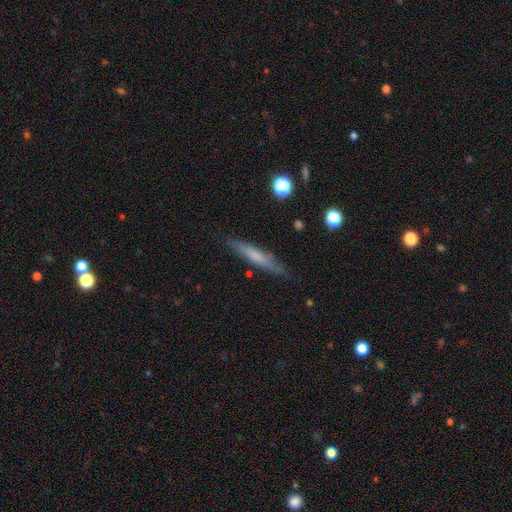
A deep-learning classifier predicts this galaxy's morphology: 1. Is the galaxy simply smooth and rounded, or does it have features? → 58% smooth, 36% featured or disk, 7% star or artifact.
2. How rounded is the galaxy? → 92% cigar-shaped, 6% in between, 2% round.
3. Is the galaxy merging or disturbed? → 84% none, 12% minor disturbance, 2% major disturbance, 2% merger.